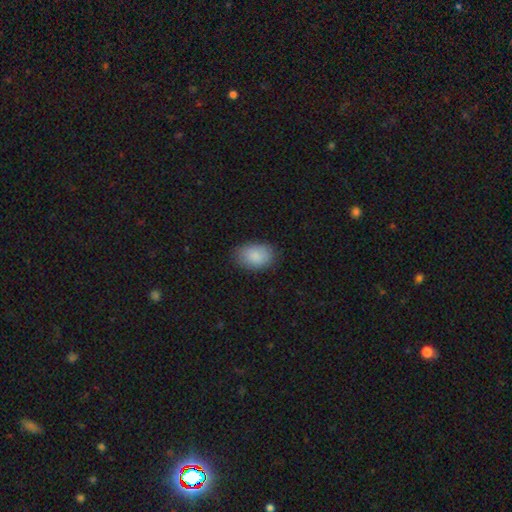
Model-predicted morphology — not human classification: A smooth galaxy with no disk features (88%) that is in between round and cigar-shaped (84%).

Vote fractions:
- Smooth or featured? smooth: 88% / star or artifact: 7% / featured or disk: 5%
- How rounded? in between: 84% / round: 15% / cigar-shaped: 1%
- Merging? none: 78% / minor disturbance: 17% / major disturbance: 4% / merger: 1%